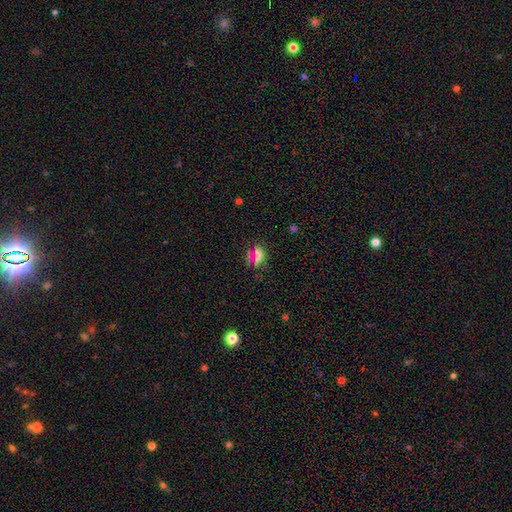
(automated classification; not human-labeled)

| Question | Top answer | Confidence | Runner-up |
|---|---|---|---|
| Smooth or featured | smooth | 66% | star or artifact (24%) |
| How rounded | round | 57% | in between (40%) |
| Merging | none | 83% | minor disturbance (11%) |